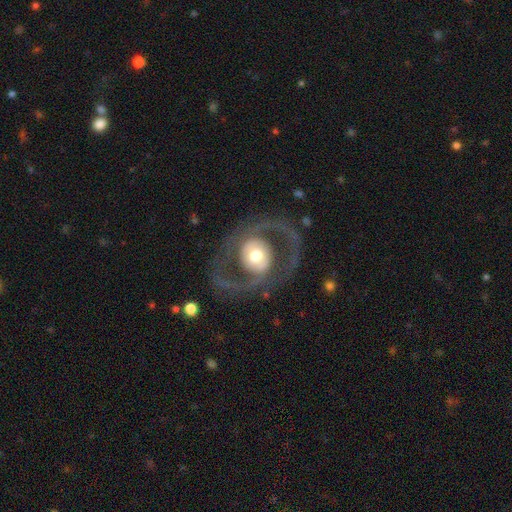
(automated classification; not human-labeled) Smooth or featured?
  - featured or disk: 78% *
  - smooth: 17%
  - star or artifact: 5%
Edge-on disk?
  - no: 96% *
  - yes: 4%
Bar?
  - no: 61% *
  - weak: 25%
  - strong: 15%
Spiral arms?
  - yes: 68% *
  - no: 32%
Spiral winding?
  - medium: 51% *
  - loose: 29%
  - tight: 20%
Spiral arm count?
  - 2: 87% *
  - can't tell: 5%
  - 1: 4%
  - 3: 2%
  - 4: 1%
  - more than 4: 1%
Bulge size?
  - moderate: 57% *
  - large: 29%
  - small: 8%
  - dominant: 4%
  - none: 1%
Merging?
  - none: 74% *
  - major disturbance: 14%
  - minor disturbance: 10%
  - merger: 1%